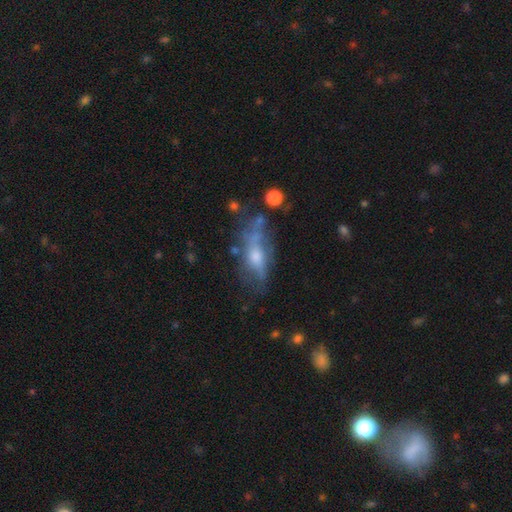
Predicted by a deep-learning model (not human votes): smooth_or_featured: featured or disk (p=0.55) [alt: smooth p=0.35]
disk_edge_on: no (p=0.63) [alt: yes p=0.37]
merging: none (p=0.45) [alt: minor disturbance p=0.26]